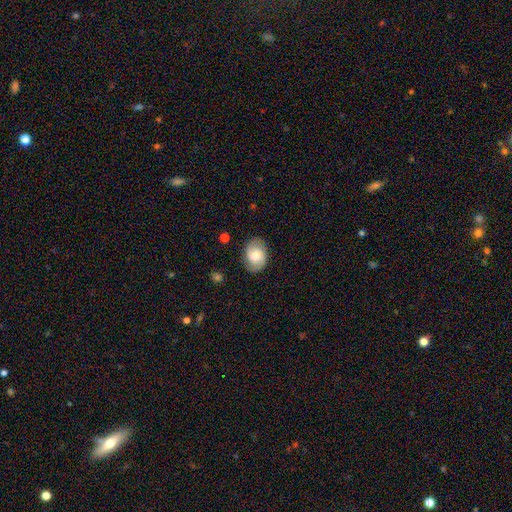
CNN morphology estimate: smooth 48%, featured or disk 45%, star or artifact 7%. Down the decision tree: merging — none (81%).